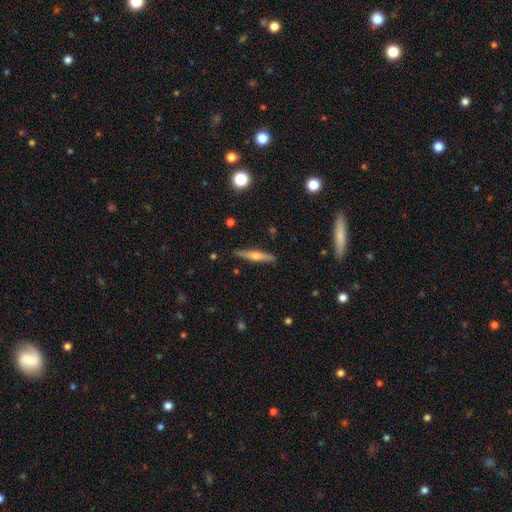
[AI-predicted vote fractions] A featured or disk galaxy (48%). Merging: none (89%).